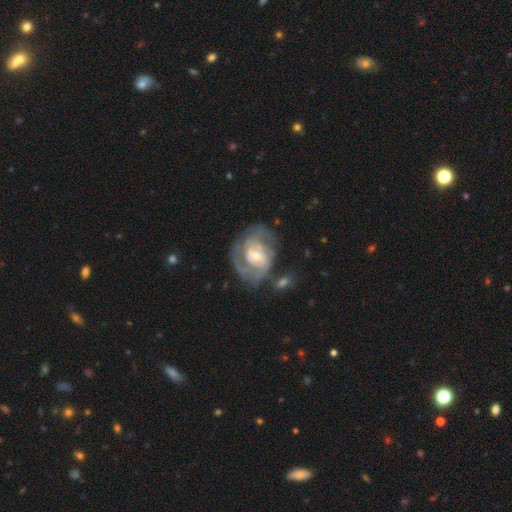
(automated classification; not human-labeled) smooth_or_featured: featured or disk (p=0.83) [alt: smooth p=0.12]
disk_edge_on: no (p=0.97) [alt: yes p=0.03]
bar: no (p=0.47) [alt: weak p=0.41]
has_spiral_arms: yes (p=0.89) [alt: no p=0.11]
spiral_winding: tight (p=0.54) [alt: medium p=0.36]
spiral_arm_count: 2 (p=0.45) [alt: can't tell p=0.28]
bulge_size: small (p=0.49) [alt: moderate p=0.45]
merging: none (p=0.56) [alt: minor disturbance p=0.21]